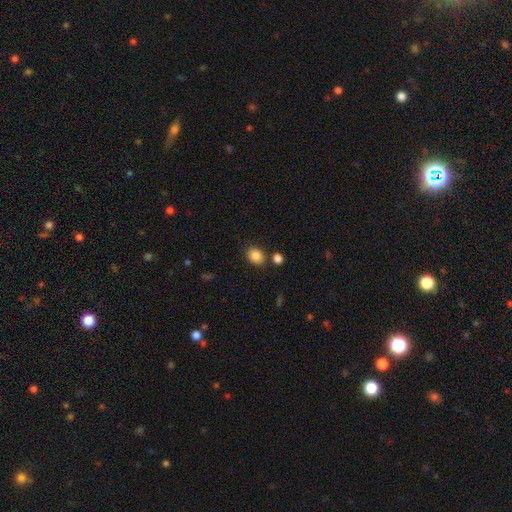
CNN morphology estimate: This appears to be a smooth galaxy with no disk features (87%) that is in between round and cigar-shaped (59%). Merging: none (77%).